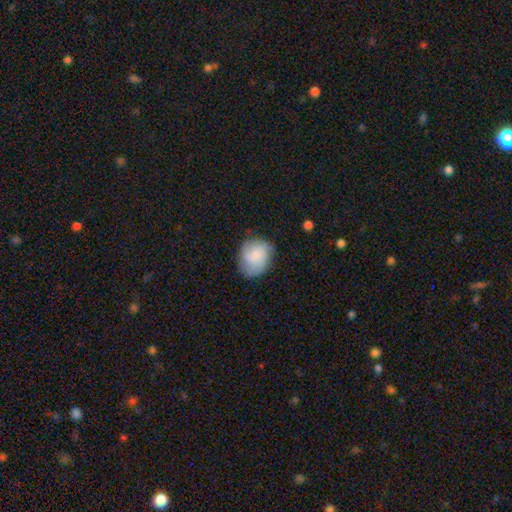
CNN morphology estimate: The model was most divided on "how rounded": round: 60%, in between: 39%, cigar-shaped: 1%. More confident: merging — none (67%); smooth or featured — smooth (57%).